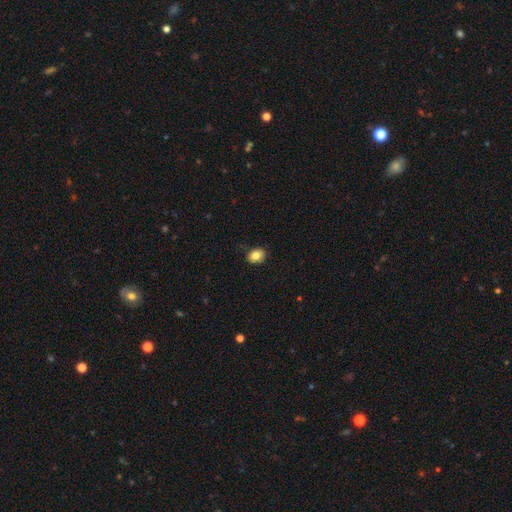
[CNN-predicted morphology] A smooth galaxy with no disk features (82%) that is in between round and cigar-shaped (58%).

Vote fractions:
- Smooth or featured? smooth: 82% / featured or disk: 9% / star or artifact: 9%
- How rounded? in between: 58% / round: 41% / cigar-shaped: 1%
- Merging? none: 85% / minor disturbance: 12% / major disturbance: 2% / merger: 1%